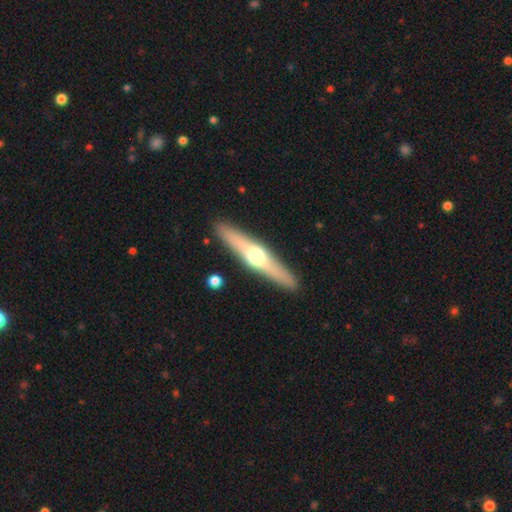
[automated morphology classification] The model was most divided on "smooth or featured": featured or disk: 62%, smooth: 33%, star or artifact: 5%. More confident: edge-on disk — yes (95%); edge-on bulge — rounded (94%); merging — none (91%).